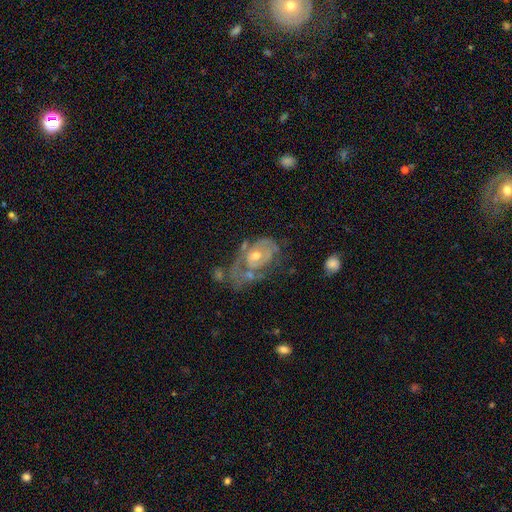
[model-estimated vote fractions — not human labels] Smooth or featured: featured or disk — 78% (smooth — 15%)
Edge-on disk: no — 96% (yes — 4%)
Bar: no — 79% (weak — 18%)
Spiral arms: yes — 70% (no — 30%)
Spiral winding: tight — 58% (medium — 29%)
Spiral arm count: can't tell — 38% (2 — 30%)
Bulge size: moderate — 62% (small — 33%)
Merging: major disturbance — 34% (none — 31%)